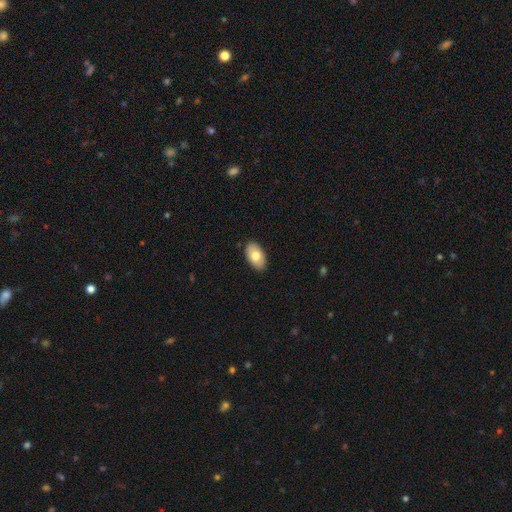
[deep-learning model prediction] Smooth or featured: smooth — 75% (featured or disk — 19%)
How rounded: in between — 94% (round — 4%)
Merging: none — 89% (minor disturbance — 9%)